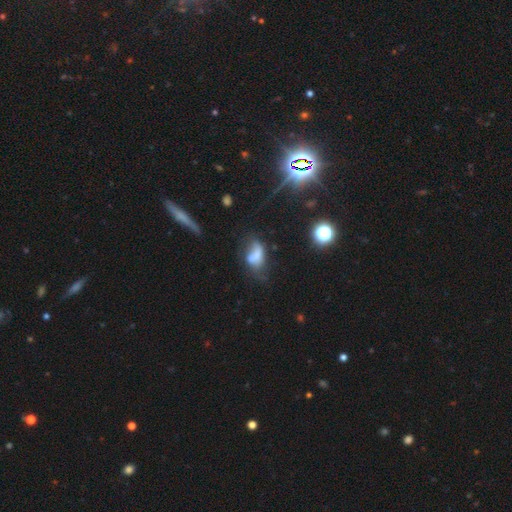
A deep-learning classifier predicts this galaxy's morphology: Smooth or featured?
  - smooth: 57% *
  - featured or disk: 29%
  - star or artifact: 15%
How rounded?
  - in between: 85% *
  - round: 12%
  - cigar-shaped: 3%
Merging?
  - major disturbance: 36% *
  - minor disturbance: 28%
  - none: 27%
  - merger: 10%